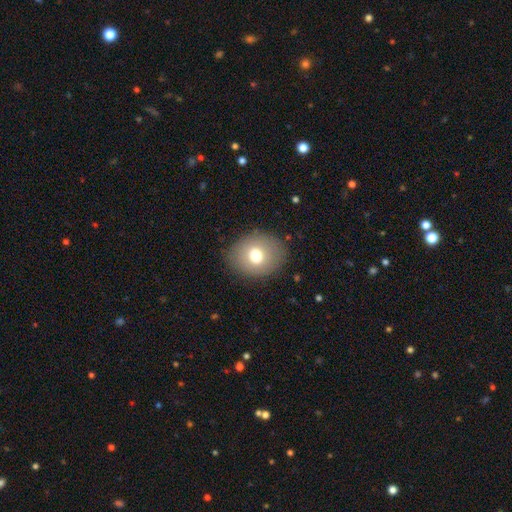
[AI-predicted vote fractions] Q: Smooth or featured?
A: smooth (72%); runner-up: featured or disk (18%)
Q: How rounded?
A: round (59%); runner-up: in between (40%)
Q: Merging?
A: none (85%); runner-up: minor disturbance (10%)